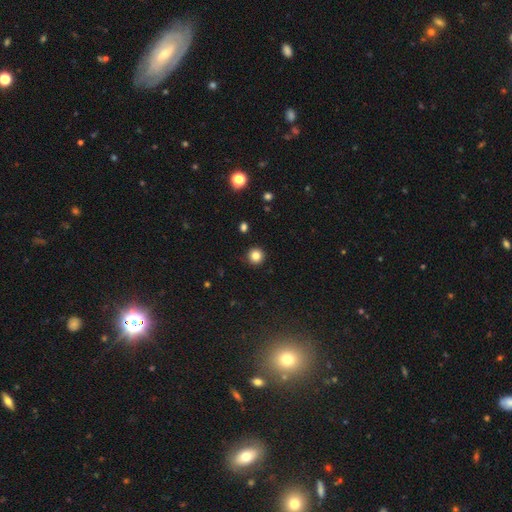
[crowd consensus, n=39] Smooth or featured? 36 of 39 (92%) said smooth. How rounded? 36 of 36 (100%) said round. Merging? 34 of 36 (94%) said none.